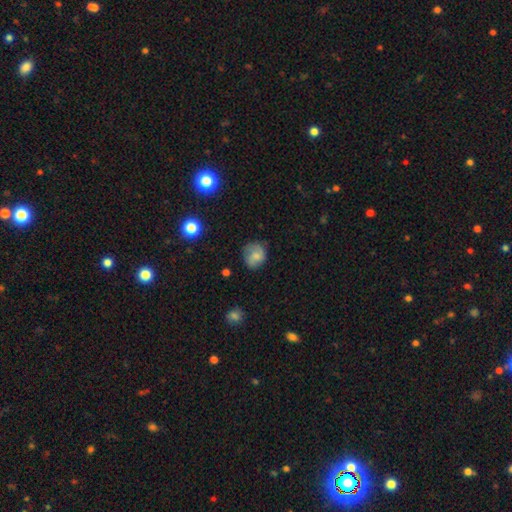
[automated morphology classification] Q: Smooth or featured?
A: smooth (66%); runner-up: featured or disk (25%)
Q: How rounded?
A: round (73%); runner-up: in between (26%)
Q: Merging?
A: none (65%); runner-up: minor disturbance (25%)